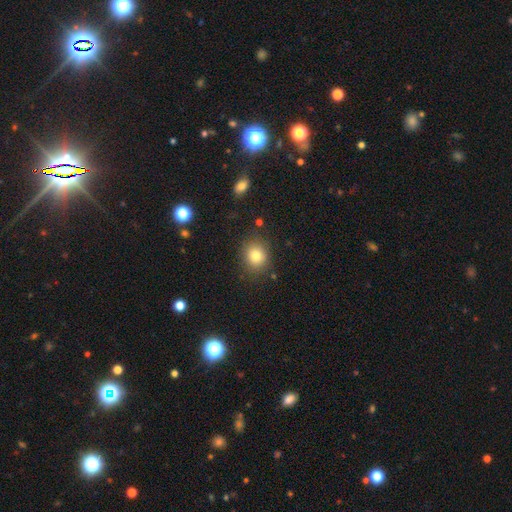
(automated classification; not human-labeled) Morphology: type=smooth (81%); roundness=round (75%); merging=none (84%).